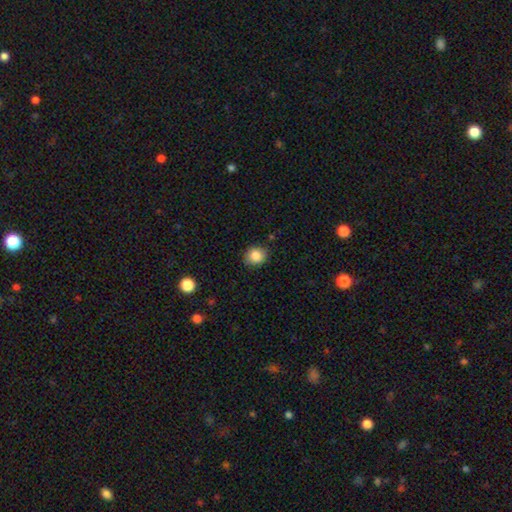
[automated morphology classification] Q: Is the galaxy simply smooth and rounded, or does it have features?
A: smooth — 85%.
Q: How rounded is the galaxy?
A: round — 72%.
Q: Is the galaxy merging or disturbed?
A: none — 85%.